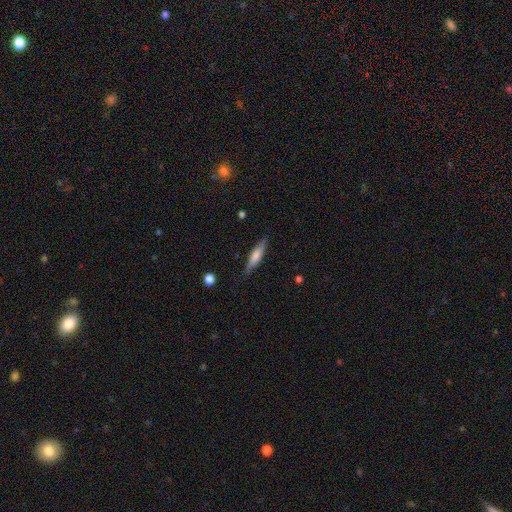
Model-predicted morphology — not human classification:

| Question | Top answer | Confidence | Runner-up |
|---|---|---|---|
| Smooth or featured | smooth | 58% | featured or disk (36%) |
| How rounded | cigar-shaped | 81% | in between (18%) |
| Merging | none | 85% | minor disturbance (11%) |